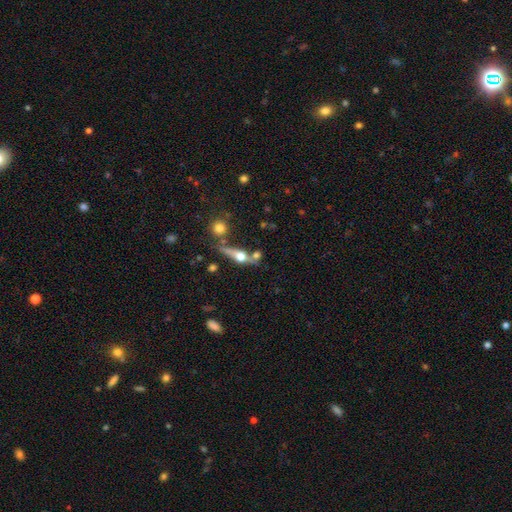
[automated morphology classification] This is marginally a featured or disk galaxy (39%). Merging: marginally none (40%).